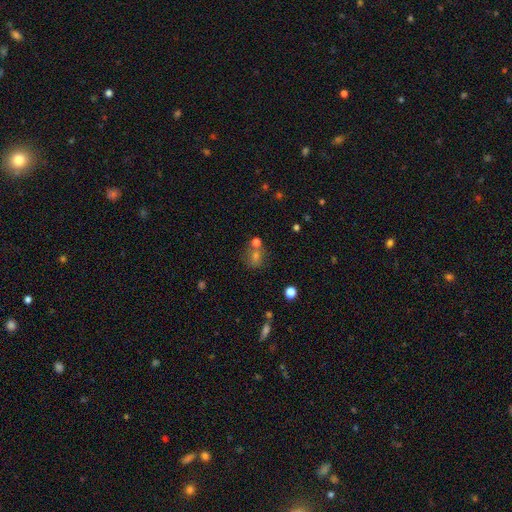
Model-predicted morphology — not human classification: The model was most divided on "smooth or featured": smooth: 55%, star or artifact: 29%, featured or disk: 16%. More confident: how rounded — round (75%); merging — none (63%).